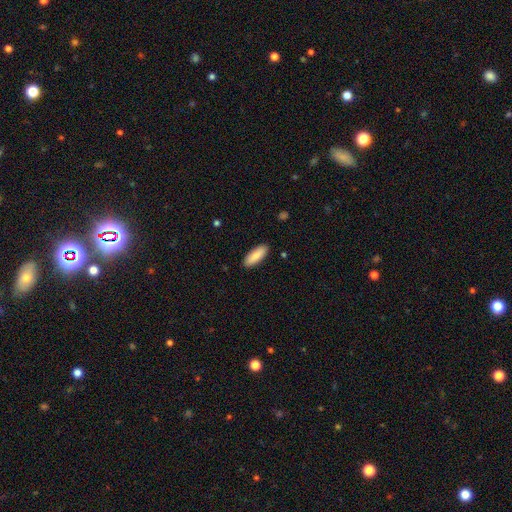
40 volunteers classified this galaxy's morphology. smooth-or-featured: smooth: 75% | featured or disk: 12% | star or artifact: 12%
  how-rounded: in between: 53% | cigar-shaped: 43% | round: 3%
  merging: none: 89% | minor disturbance: 9% | merger: 3% | major disturbance: 0%